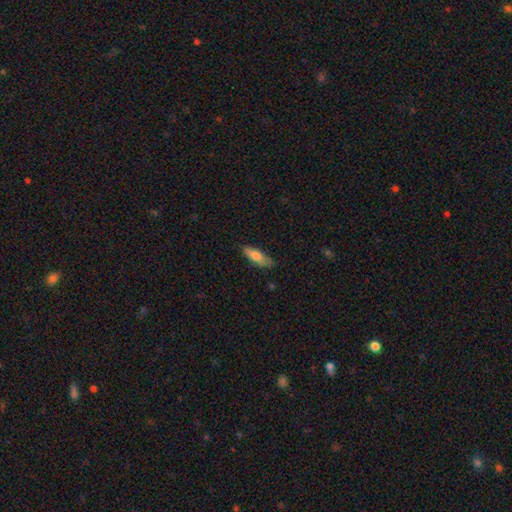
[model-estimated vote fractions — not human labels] smooth 74%, featured or disk 20%, star or artifact 6%. Down the decision tree: how rounded — in between (51%); merging — none (77%).